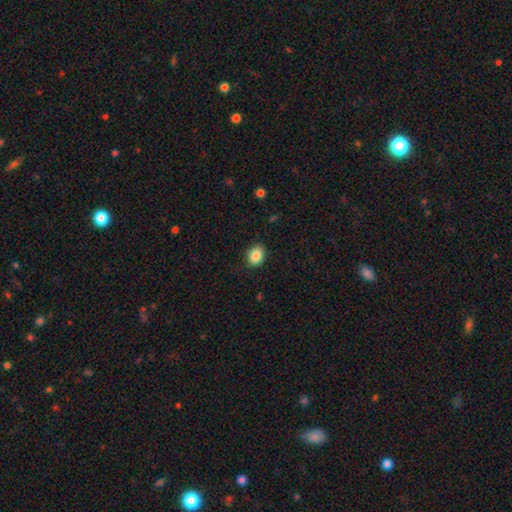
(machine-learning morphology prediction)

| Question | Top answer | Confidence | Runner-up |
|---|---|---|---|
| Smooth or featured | smooth | 86% | star or artifact (9%) |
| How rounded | in between | 55% | round (44%) |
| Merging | none | 84% | minor disturbance (13%) |